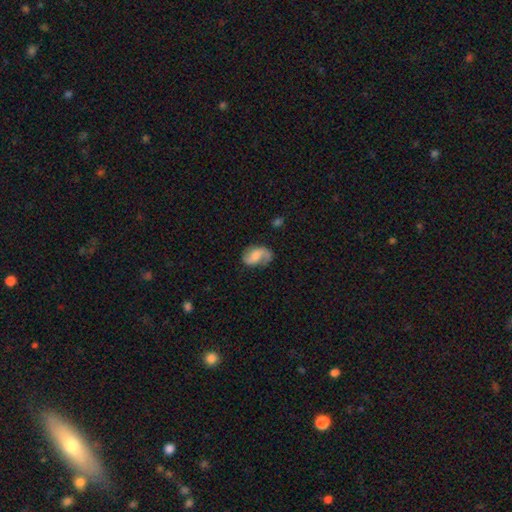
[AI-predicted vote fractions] Smooth or featured? Predicted: featured or disk (p=0.63). Edge-on disk? Predicted: no (p=0.97). Bar? Predicted: no (p=0.47). Spiral arms? Predicted: yes (p=0.92). Spiral winding? Predicted: loose (p=0.49). Spiral arm count? Predicted: 2 (p=0.79). Bulge size? Predicted: moderate (p=0.33). Merging? Predicted: none (p=0.62).